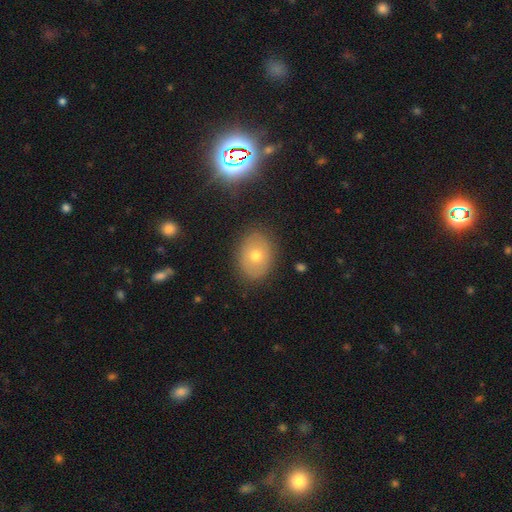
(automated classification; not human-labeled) smooth-or-featured: smooth: 60% | featured or disk: 26% | star or artifact: 14%
  how-rounded: in between: 64% | round: 35% | cigar-shaped: 1%
  merging: none: 85% | minor disturbance: 11% | major disturbance: 3% | merger: 1%